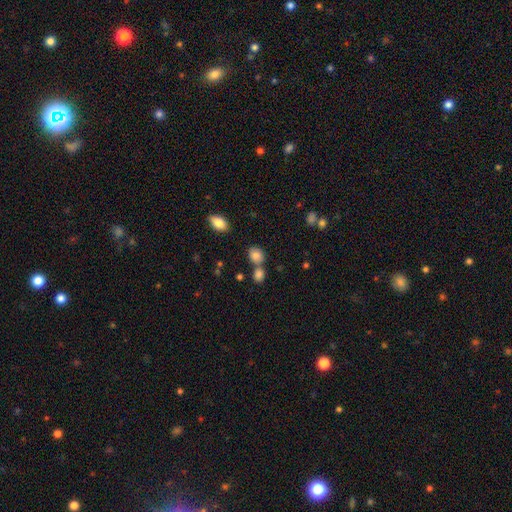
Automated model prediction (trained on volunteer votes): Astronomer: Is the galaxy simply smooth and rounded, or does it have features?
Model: smooth — 84%.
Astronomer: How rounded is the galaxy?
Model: round — 54% (runner-up: in between, 44%).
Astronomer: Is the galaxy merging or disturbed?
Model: none — 57%.